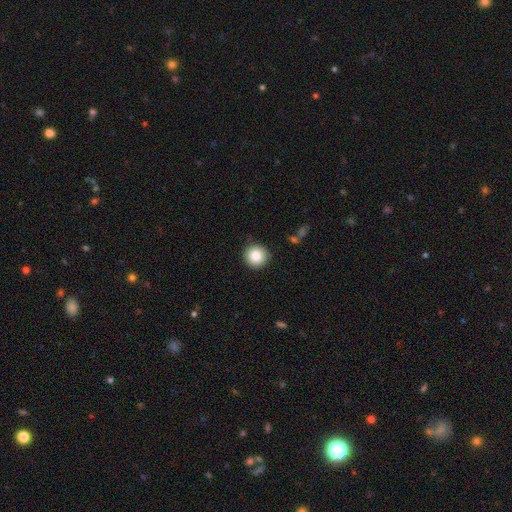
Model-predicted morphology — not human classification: A smooth galaxy with no disk features (85%) that is round (94%).

Vote fractions:
- Smooth or featured? smooth: 85% / star or artifact: 9% / featured or disk: 6%
- How rounded? round: 94% / in between: 5% / cigar-shaped: 1%
- Merging? none: 89% / minor disturbance: 8% / major disturbance: 2% / merger: 1%